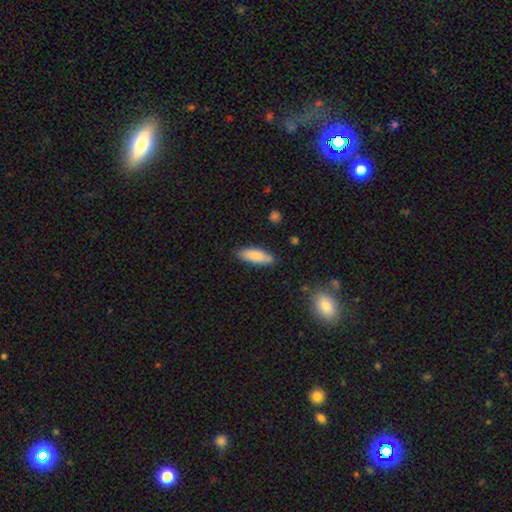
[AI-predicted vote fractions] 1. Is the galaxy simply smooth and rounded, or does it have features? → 80% smooth, 14% featured or disk, 6% star or artifact.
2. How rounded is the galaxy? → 65% in between, 33% cigar-shaped, 2% round.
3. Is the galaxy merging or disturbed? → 83% none, 13% minor disturbance, 2% major disturbance, 2% merger.